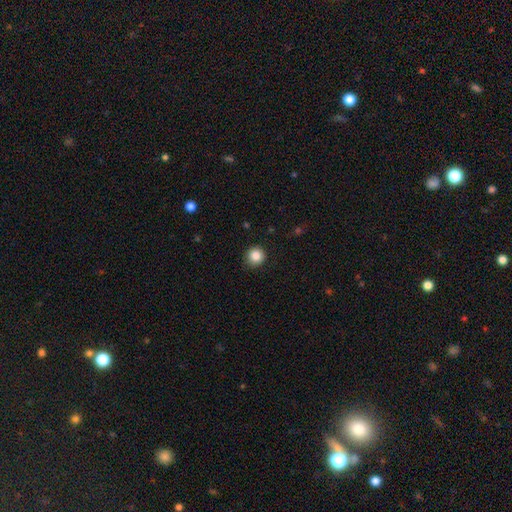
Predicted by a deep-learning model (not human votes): smooth 86%, star or artifact 10%, featured or disk 4%. Down the decision tree: how rounded — round (92%); merging — none (88%).